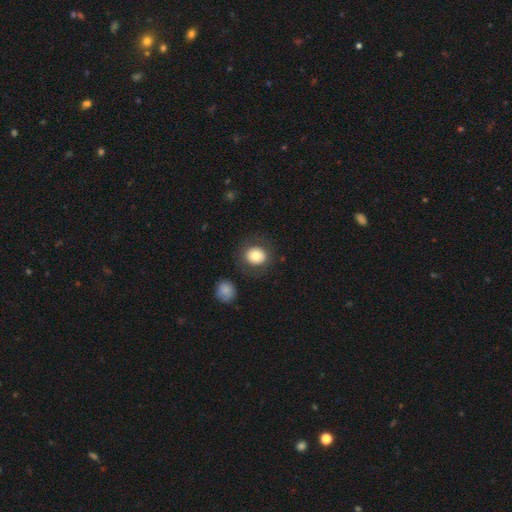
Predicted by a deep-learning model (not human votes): This appears to be a smooth galaxy with no disk features (77%) that is round (82%). Merging: none (81%).